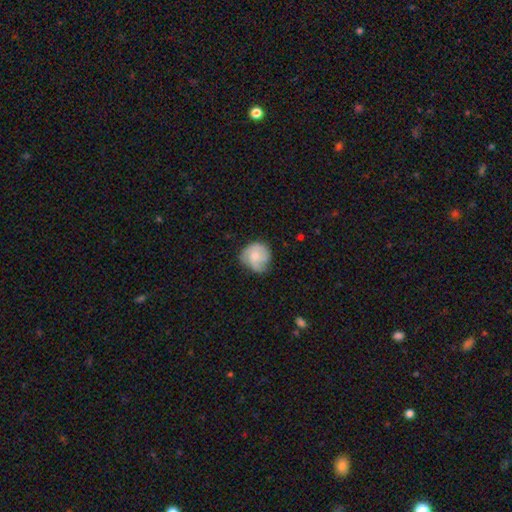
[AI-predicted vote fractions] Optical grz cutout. It shows a smooth galaxy with no disk features (48%). Merging: none (58%).